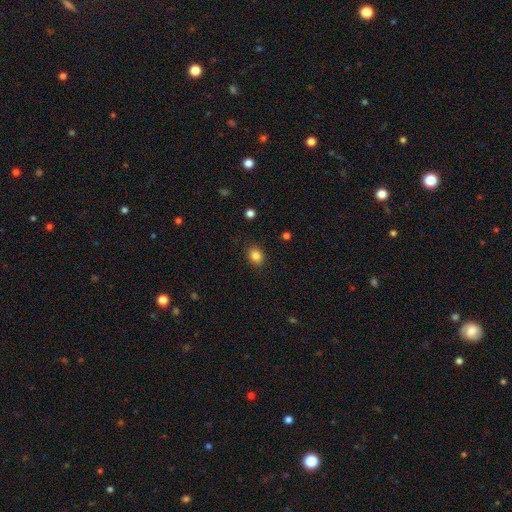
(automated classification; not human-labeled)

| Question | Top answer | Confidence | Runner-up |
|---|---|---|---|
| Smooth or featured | smooth | 84% | star or artifact (10%) |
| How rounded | in between | 55% | round (44%) |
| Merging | none | 88% | minor disturbance (9%) |